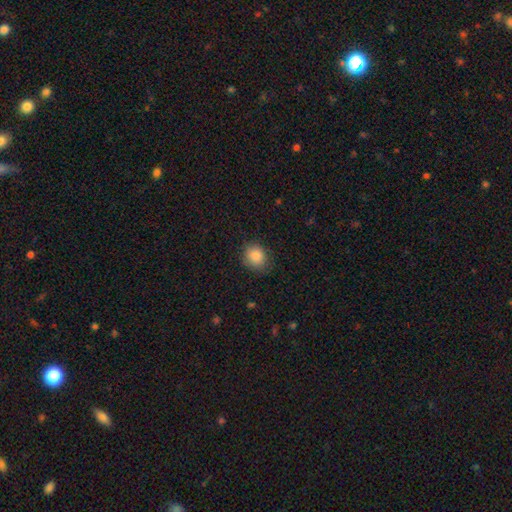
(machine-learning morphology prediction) This is clearly a smooth galaxy (86%). How rounded: likely round (68%). Merging: clearly none (81%).